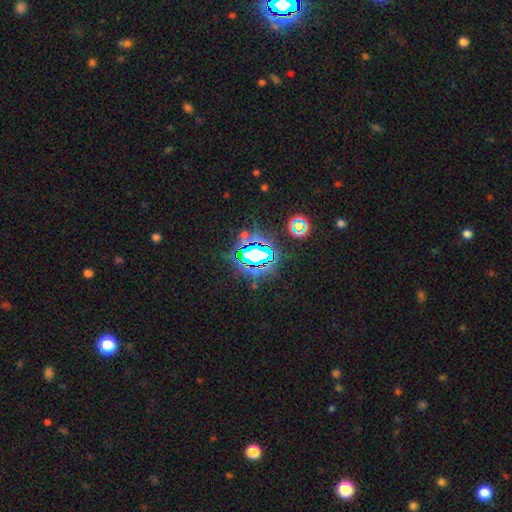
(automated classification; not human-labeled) This is likely a star or artifact rather than a galaxy (70%).